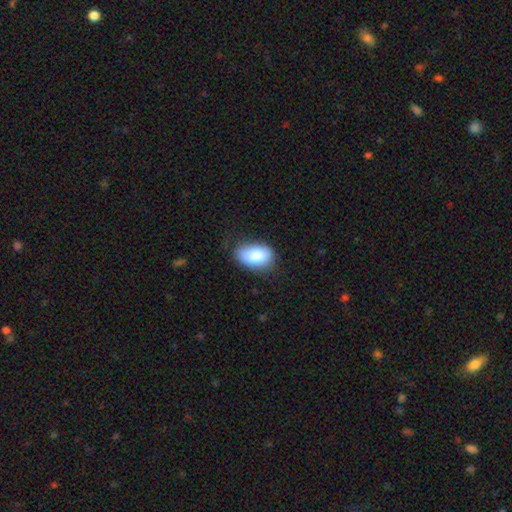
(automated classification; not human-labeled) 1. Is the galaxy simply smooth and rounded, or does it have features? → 86% smooth, 8% featured or disk, 7% star or artifact.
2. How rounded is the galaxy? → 92% in between, 7% round, 1% cigar-shaped.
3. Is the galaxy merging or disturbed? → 71% none, 22% minor disturbance, 6% major disturbance, 1% merger.